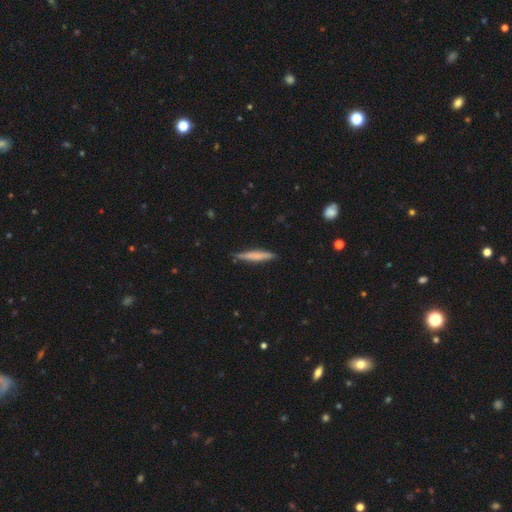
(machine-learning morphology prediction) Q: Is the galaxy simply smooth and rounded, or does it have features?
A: smooth — 66%.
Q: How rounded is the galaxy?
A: cigar-shaped — 93%.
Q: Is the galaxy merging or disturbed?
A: none — 86%.